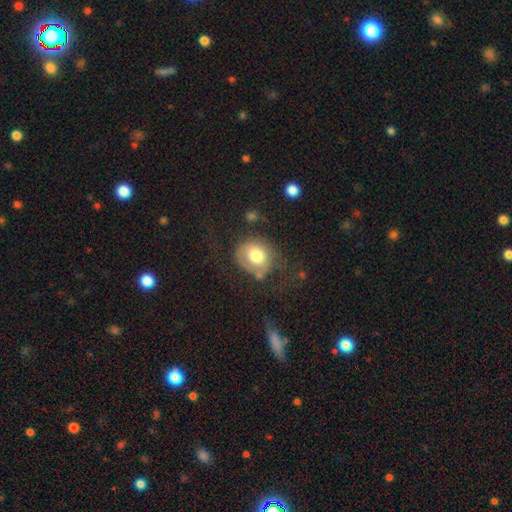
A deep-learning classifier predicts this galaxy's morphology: A smooth galaxy with no disk features (68%) that is round (62%).

Vote fractions:
- Smooth or featured? smooth: 68% / featured or disk: 24% / star or artifact: 8%
- How rounded? round: 62% / in between: 37% / cigar-shaped: 1%
- Merging? none: 48% / minor disturbance: 25% / major disturbance: 23% / merger: 4%